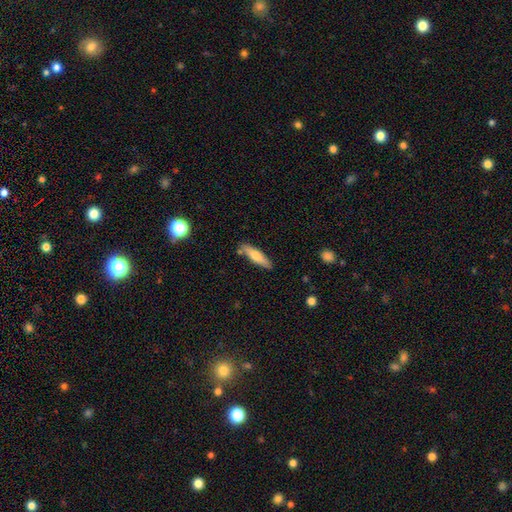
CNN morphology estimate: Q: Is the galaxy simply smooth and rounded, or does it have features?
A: smooth — 66%.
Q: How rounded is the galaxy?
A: cigar-shaped — 71%.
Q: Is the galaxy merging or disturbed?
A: none — 82%.